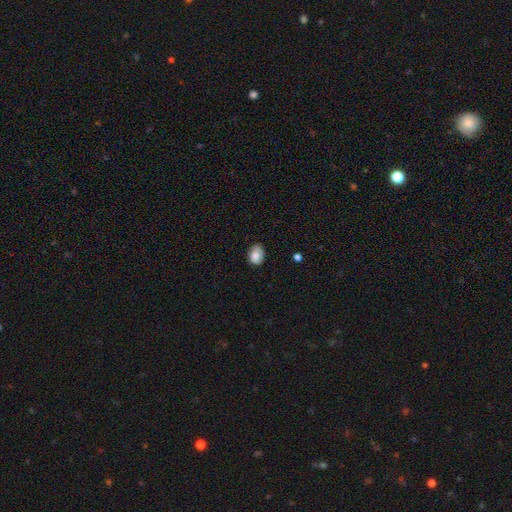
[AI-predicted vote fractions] Q: Smooth or featured?
A: smooth (82%); runner-up: featured or disk (10%)
Q: How rounded?
A: in between (67%); runner-up: round (32%)
Q: Merging?
A: none (70%); runner-up: minor disturbance (25%)